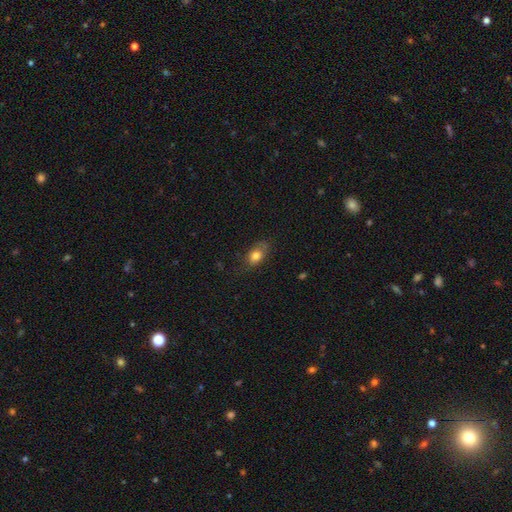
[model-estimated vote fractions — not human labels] Smooth or featured? smooth (78%)
How rounded? in between (79%)
Merging? none (65%)